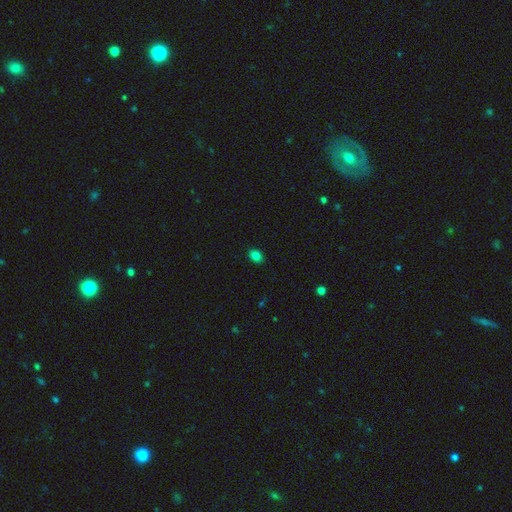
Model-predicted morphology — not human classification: Overall: smooth (83%). How rounded: in between (70%). Merging: none (89%).